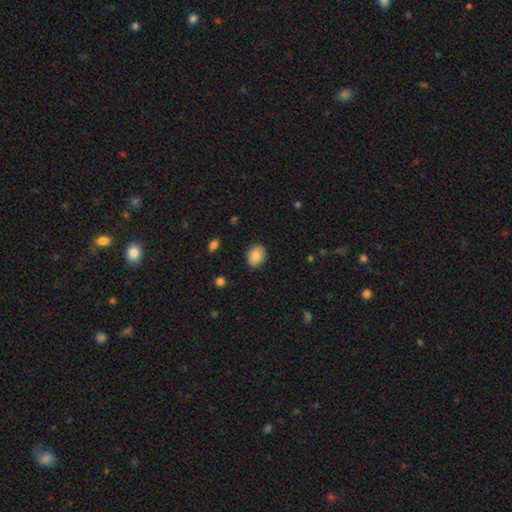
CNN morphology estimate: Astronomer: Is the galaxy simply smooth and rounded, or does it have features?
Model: smooth — 83%.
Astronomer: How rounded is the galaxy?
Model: in between — 61% (runner-up: round, 38%).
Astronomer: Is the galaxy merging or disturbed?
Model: none — 88%.